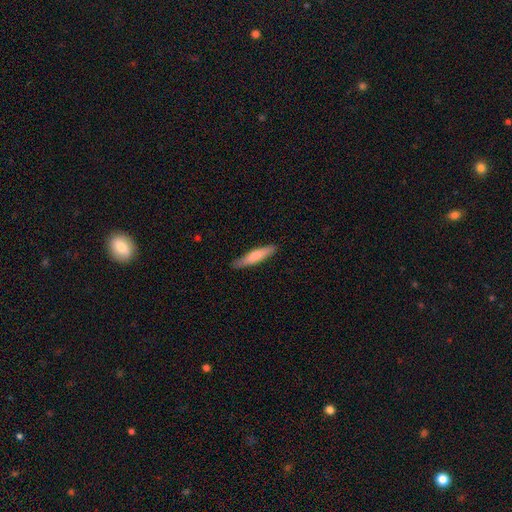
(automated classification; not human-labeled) Q: Smooth or featured?
A: smooth (72%); runner-up: featured or disk (23%)
Q: How rounded?
A: cigar-shaped (86%); runner-up: in between (13%)
Q: Merging?
A: none (86%); runner-up: minor disturbance (11%)